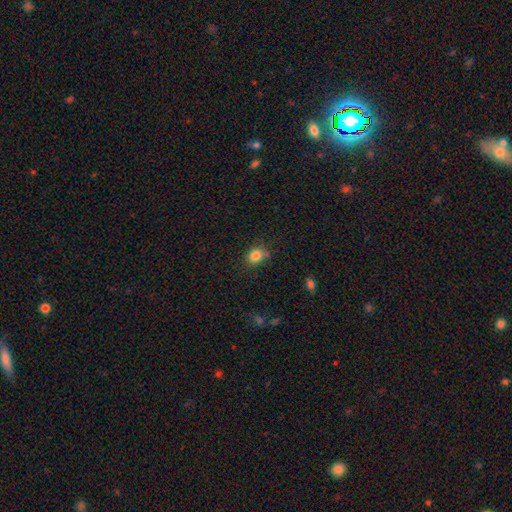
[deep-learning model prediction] smooth-or-featured: smooth: 82% | star or artifact: 11% | featured or disk: 6%
  how-rounded: round: 52% | in between: 47% | cigar-shaped: 1%
  merging: none: 71% | minor disturbance: 20% | major disturbance: 5% | merger: 4%